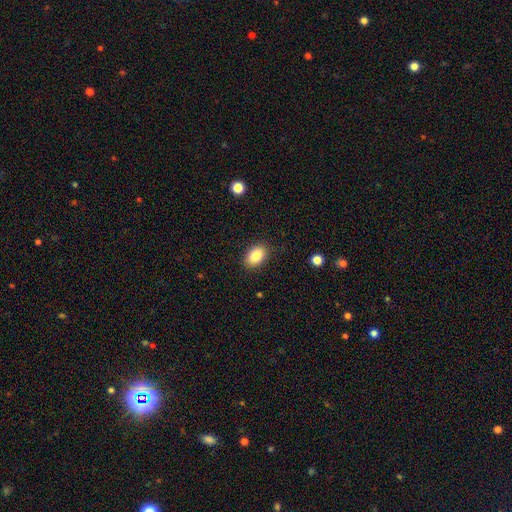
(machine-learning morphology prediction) Smooth or featured? Predicted: smooth (p=0.86). How rounded? Predicted: in between (p=0.89). Merging? Predicted: none (p=0.87).